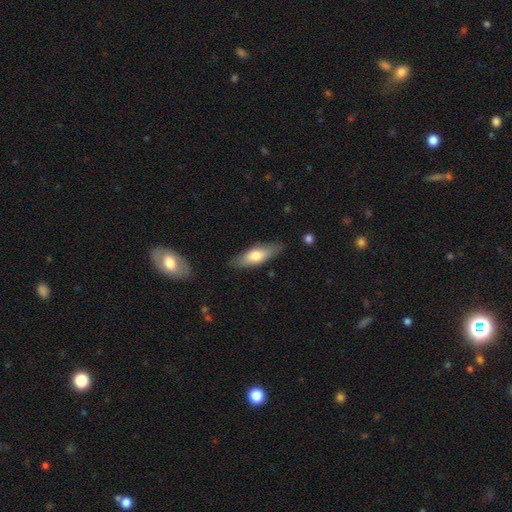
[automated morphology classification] The model was most divided on "how rounded": in between: 58%, cigar-shaped: 40%, round: 2%. More confident: merging — none (82%); smooth or featured — smooth (68%).